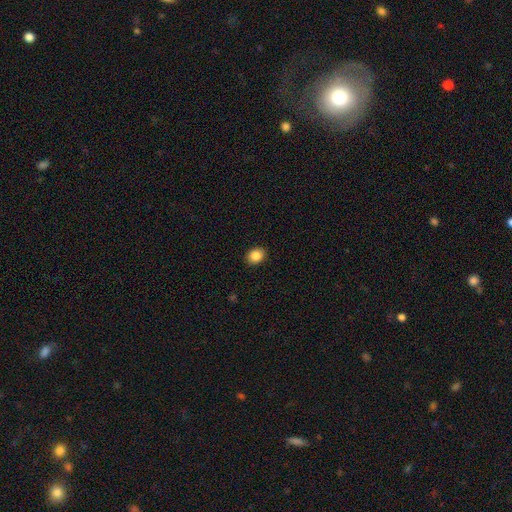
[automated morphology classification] Overall: smooth (87%). How rounded: round (51%; in between 48%). Merging: none (90%).